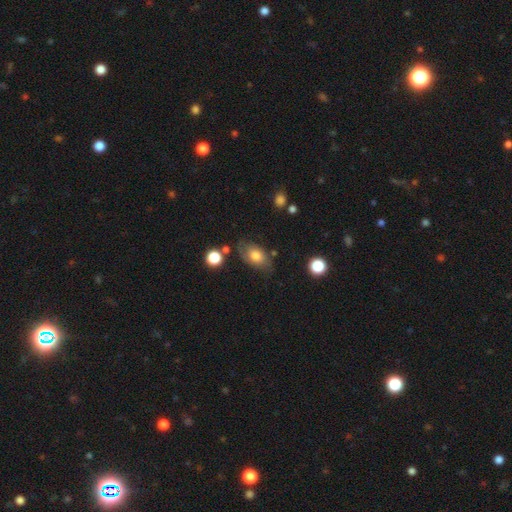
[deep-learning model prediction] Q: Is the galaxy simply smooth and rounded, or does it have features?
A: smooth — 68%.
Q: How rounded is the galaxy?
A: in between — 85%.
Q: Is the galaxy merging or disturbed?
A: none — 63%.